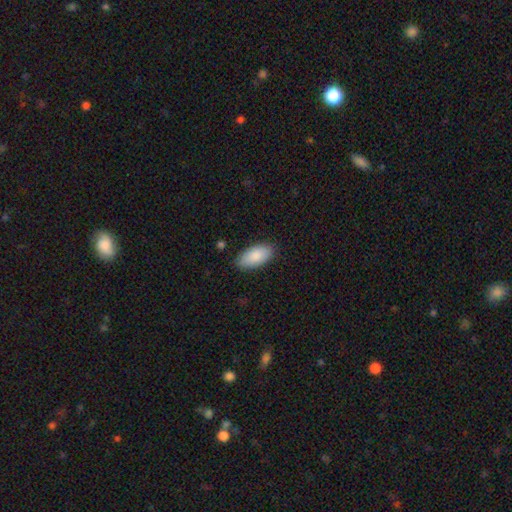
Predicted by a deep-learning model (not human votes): Smooth or featured? Predicted: smooth (p=0.87). How rounded? Predicted: in between (p=0.93). Merging? Predicted: none (p=0.85).